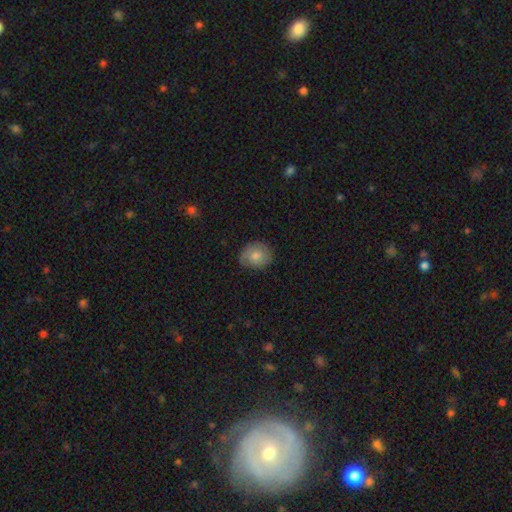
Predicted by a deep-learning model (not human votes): Smooth or featured: smooth — 71% (featured or disk — 22%)
How rounded: round — 71% (in between — 28%)
Merging: none — 72% (minor disturbance — 22%)